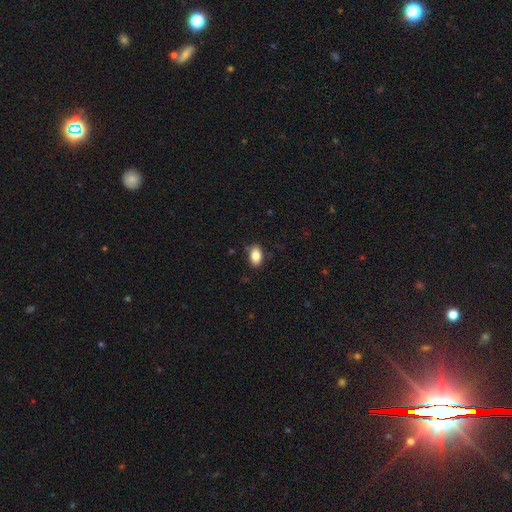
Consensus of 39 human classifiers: Q: Smooth or featured?
A: smooth (90%); runner-up: featured or disk (8%)
Q: How rounded?
A: in between (91%); runner-up: round (6%)
Q: Merging?
A: none (84%); runner-up: minor disturbance (11%)